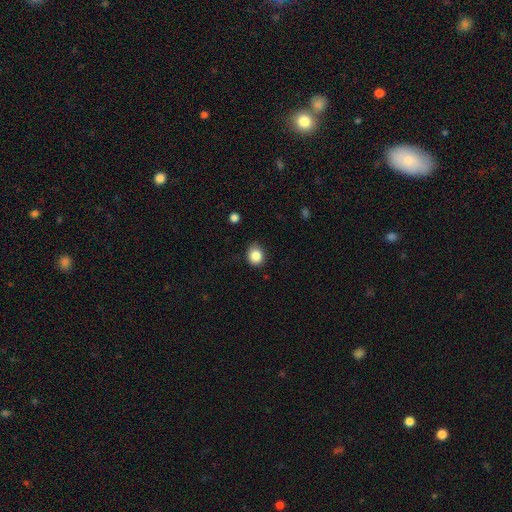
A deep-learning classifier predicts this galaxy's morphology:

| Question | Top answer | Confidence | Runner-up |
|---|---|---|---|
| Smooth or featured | smooth | 86% | star or artifact (9%) |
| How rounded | round | 66% | in between (33%) |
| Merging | none | 80% | minor disturbance (16%) |